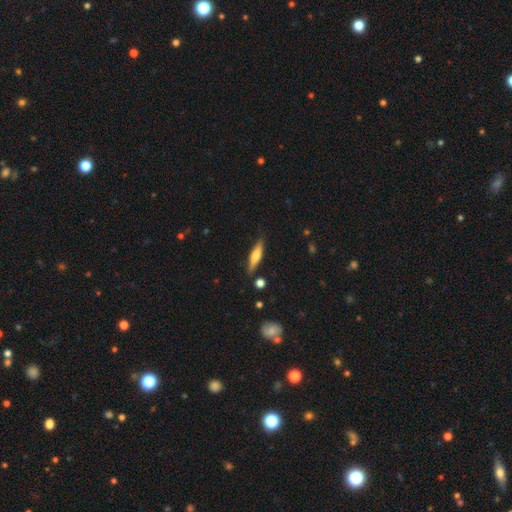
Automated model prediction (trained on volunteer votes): Q: Smooth or featured?
A: smooth (53%); runner-up: featured or disk (41%)
Q: How rounded?
A: cigar-shaped (76%); runner-up: in between (22%)
Q: Merging?
A: none (84%); runner-up: minor disturbance (11%)